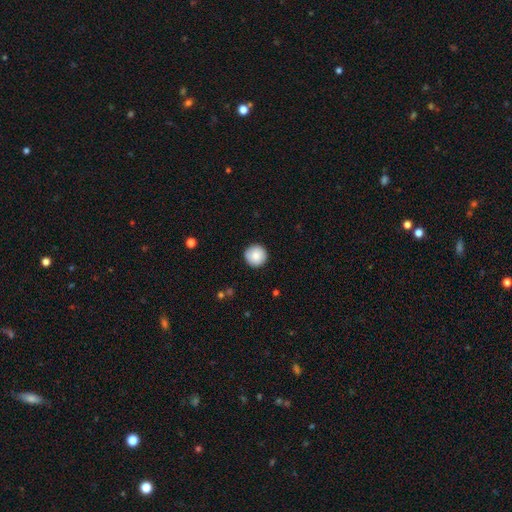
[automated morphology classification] A smooth galaxy with no disk features (86%) that is round (96%).

Vote fractions:
- Smooth or featured? smooth: 86% / featured or disk: 7% / star or artifact: 7%
- How rounded? round: 96% / in between: 3% / cigar-shaped: 1%
- Merging? none: 90% / minor disturbance: 7% / major disturbance: 2% / merger: 1%